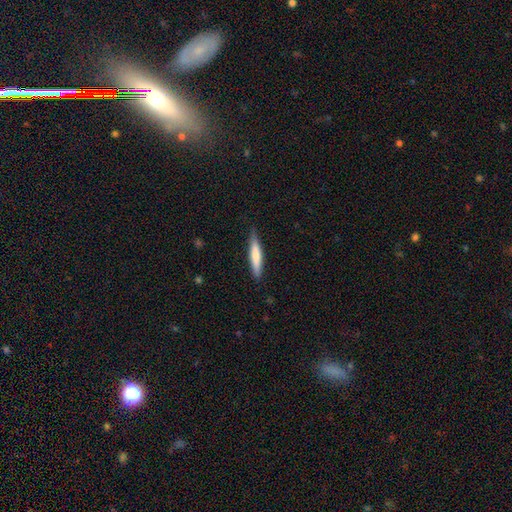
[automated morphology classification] smooth-or-featured: smooth: 69% | featured or disk: 26% | star or artifact: 5%
  how-rounded: cigar-shaped: 90% | in between: 9% | round: 1%
  merging: none: 83% | minor disturbance: 13% | major disturbance: 2% | merger: 1%